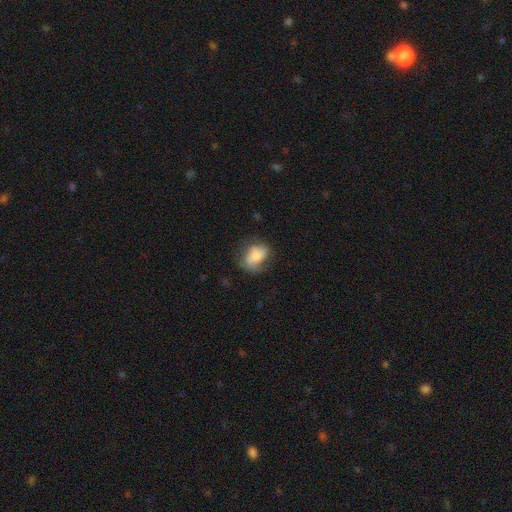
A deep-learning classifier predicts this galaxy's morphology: smooth-or-featured: smooth: 60% | featured or disk: 32% | star or artifact: 8%
  how-rounded: in between: 73% | round: 25% | cigar-shaped: 2%
  merging: none: 54% | minor disturbance: 29% | major disturbance: 15% | merger: 3%